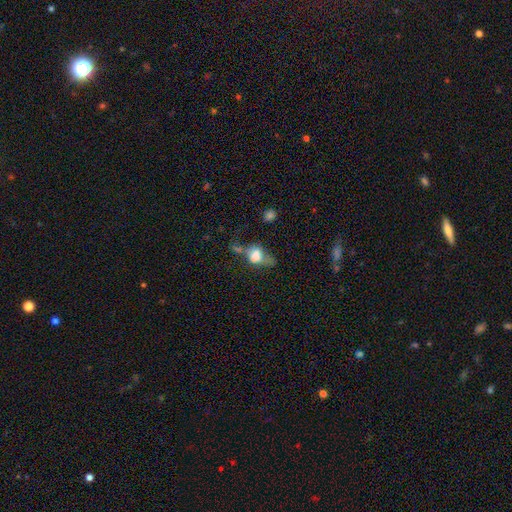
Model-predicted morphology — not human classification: smooth_or_featured: smooth (p=0.56) [alt: featured or disk p=0.31]
how_rounded: in between (p=0.72) [alt: round p=0.23]
merging: major disturbance (p=0.31) [alt: none p=0.28]